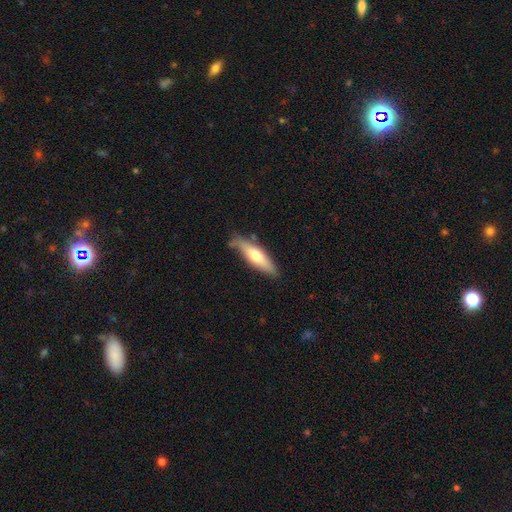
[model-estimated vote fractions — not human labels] A smooth galaxy with no disk features (57%) that is cigar-shaped (64%). Merging: none (69%).